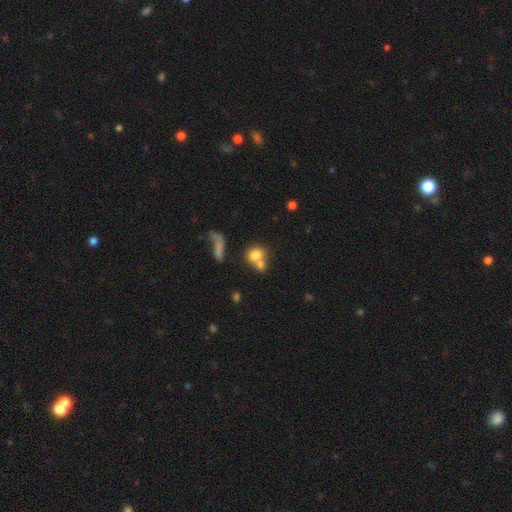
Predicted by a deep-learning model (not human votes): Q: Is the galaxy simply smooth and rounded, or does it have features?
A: smooth — 75%.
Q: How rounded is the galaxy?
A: round — 60%.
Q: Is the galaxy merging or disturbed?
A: merger — 52%.